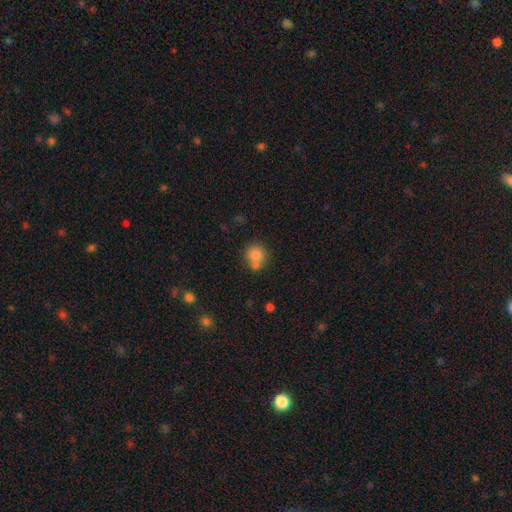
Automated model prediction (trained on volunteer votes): This appears to be a smooth galaxy with no disk features (80%) that is round (83%). Merging: none (53%).